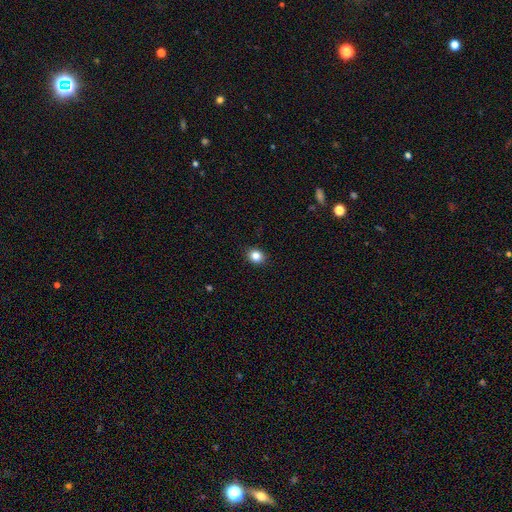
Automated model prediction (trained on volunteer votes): smooth-or-featured: smooth: 85% | star or artifact: 10% | featured or disk: 5%
  how-rounded: round: 66% | in between: 33% | cigar-shaped: 1%
  merging: none: 91% | minor disturbance: 6% | major disturbance: 2% | merger: 1%